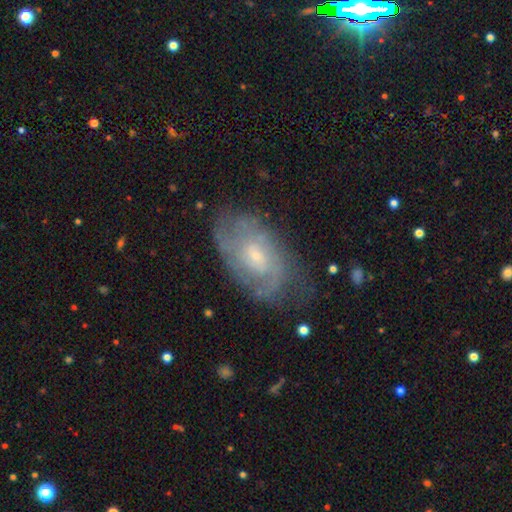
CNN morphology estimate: Q: Smooth or featured?
A: featured or disk (76%); runner-up: smooth (18%)
Q: Edge-on disk?
A: no (95%); runner-up: yes (5%)
Q: Bar?
A: no (62%); runner-up: weak (34%)
Q: Spiral arms?
A: yes (87%); runner-up: no (13%)
Q: Spiral winding?
A: tight (51%); runner-up: medium (36%)
Q: Spiral arm count?
A: can't tell (44%); runner-up: 2 (32%)
Q: Bulge size?
A: small (70%); runner-up: moderate (26%)
Q: Merging?
A: none (66%); runner-up: minor disturbance (22%)